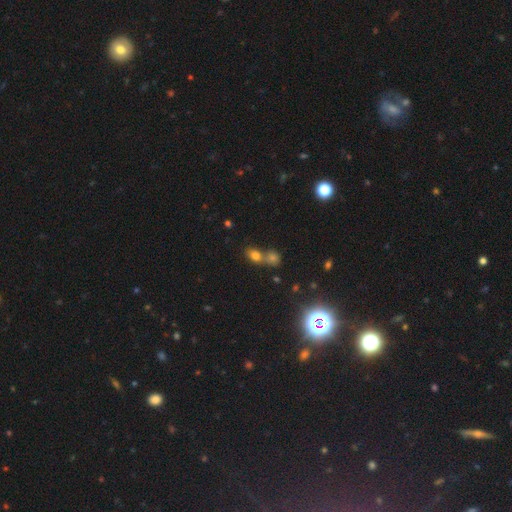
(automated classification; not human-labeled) Morphology: type=smooth (73%); roundness=in between (64%); merging=merger (56%).